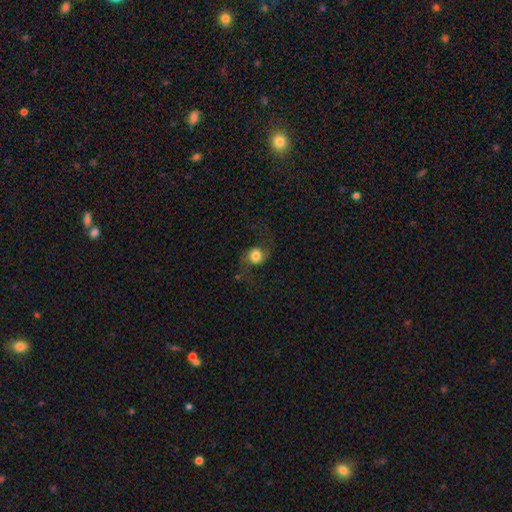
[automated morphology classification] type=featured or disk (46%); merging=none (64%).